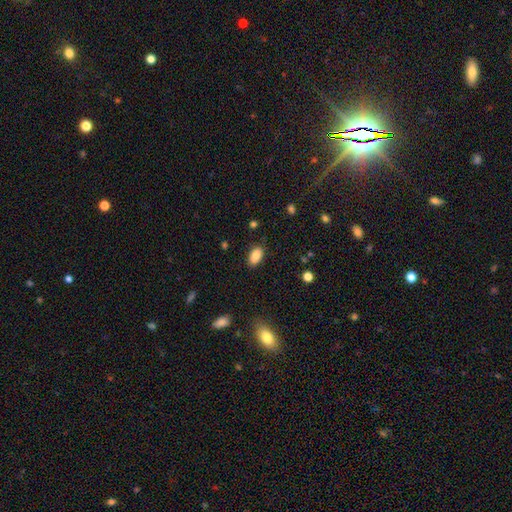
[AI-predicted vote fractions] smooth_or_featured: smooth (p=0.88) [alt: star or artifact p=0.08]
how_rounded: in between (p=0.92) [alt: round p=0.05]
merging: none (p=0.85) [alt: minor disturbance p=0.11]